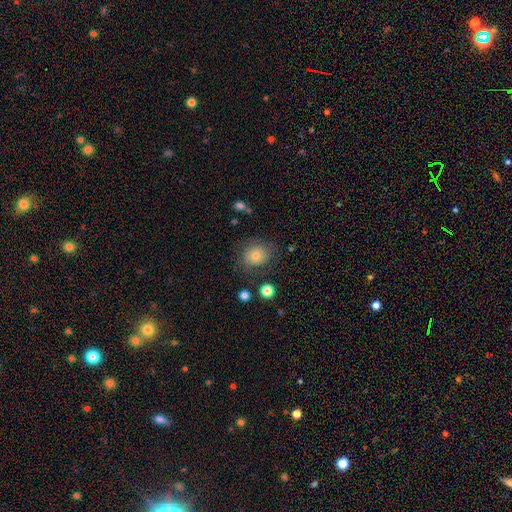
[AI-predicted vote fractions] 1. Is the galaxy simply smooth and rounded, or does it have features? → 68% smooth, 19% featured or disk, 13% star or artifact.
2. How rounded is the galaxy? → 74% round, 25% in between, 1% cigar-shaped.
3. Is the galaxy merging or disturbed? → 75% none, 16% minor disturbance, 7% major disturbance, 2% merger.